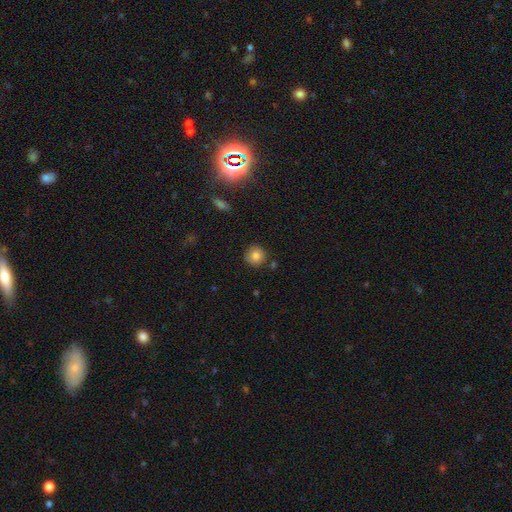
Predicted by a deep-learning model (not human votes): A smooth galaxy with no disk features (82%) that is round (93%). Merging: none (85%).